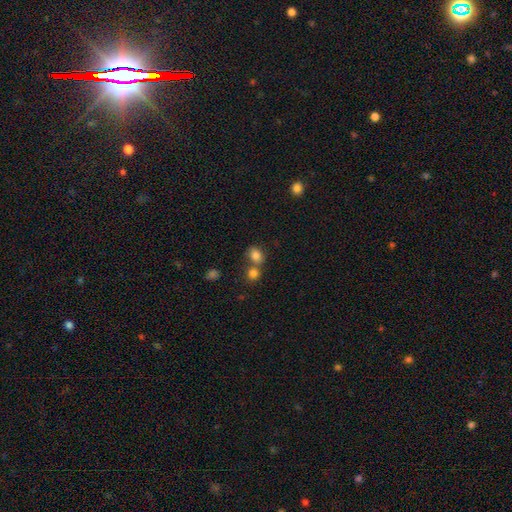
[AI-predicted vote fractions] smooth-or-featured: smooth: 82% | star or artifact: 12% | featured or disk: 7%
  how-rounded: in between: 58% | round: 41% | cigar-shaped: 1%
  merging: none: 47% | merger: 39% | minor disturbance: 10% | major disturbance: 4%